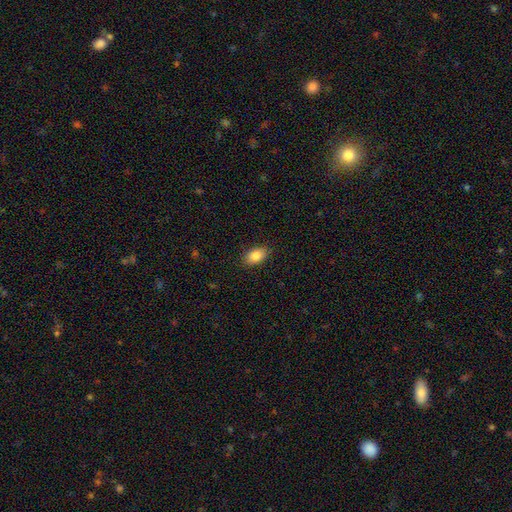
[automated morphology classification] smooth-or-featured: smooth: 86% | star or artifact: 8% | featured or disk: 7%
  how-rounded: in between: 90% | round: 8% | cigar-shaped: 2%
  merging: none: 87% | minor disturbance: 10% | major disturbance: 2% | merger: 1%